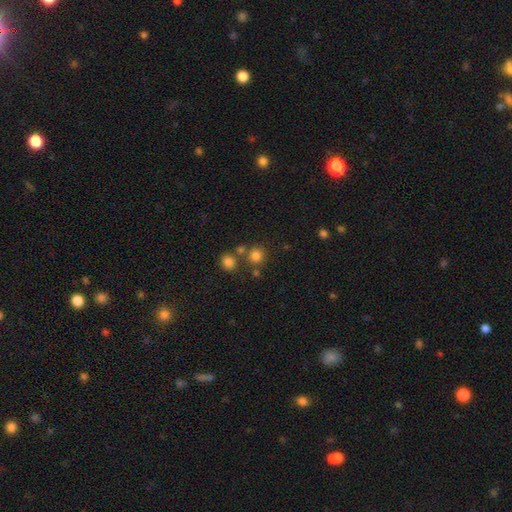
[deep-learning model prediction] Overall: smooth (79%). How rounded: round (87%). Merging: none (70%).